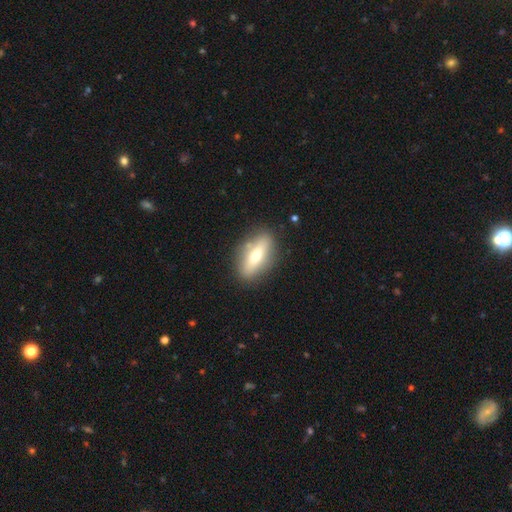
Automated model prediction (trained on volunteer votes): Q: Smooth or featured?
A: smooth (46%); tied with: featured or disk (46%)
Q: Merging?
A: none (84%); runner-up: minor disturbance (10%)